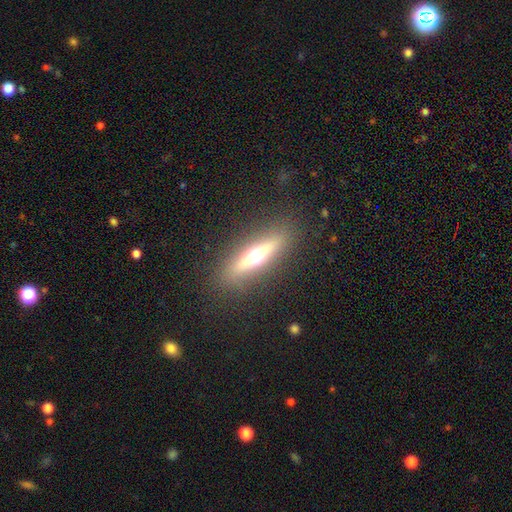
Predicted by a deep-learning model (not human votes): smooth-or-featured: featured or disk: 60% | smooth: 30% | star or artifact: 10%
  disk-edge-on: yes: 90% | no: 10%
    edge-on-bulge: rounded: 94% | boxy: 3% | none: 2%
  merging: none: 87% | minor disturbance: 8% | major disturbance: 4% | merger: 1%